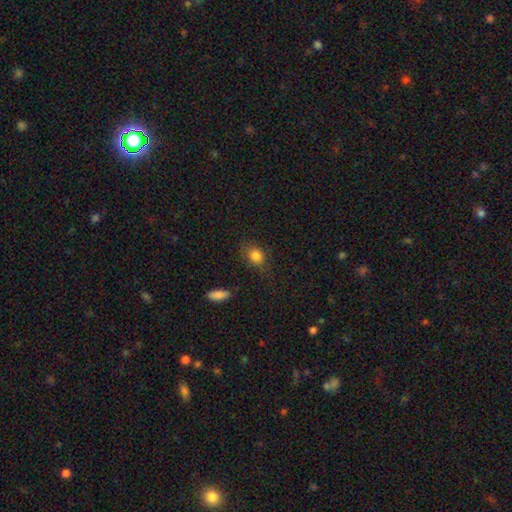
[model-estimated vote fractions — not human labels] This is clearly a smooth galaxy (83%). How rounded: possibly in between (50%). Merging: likely none (73%).